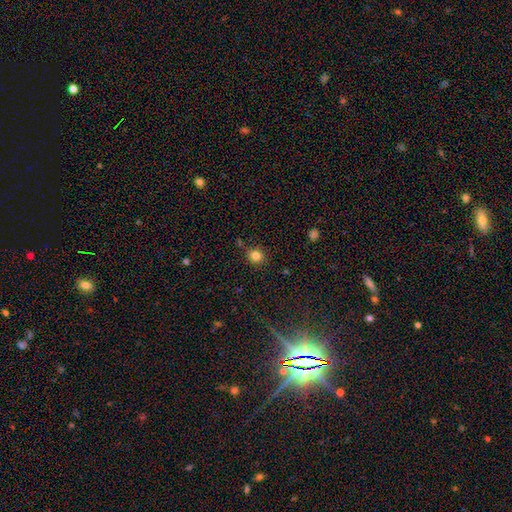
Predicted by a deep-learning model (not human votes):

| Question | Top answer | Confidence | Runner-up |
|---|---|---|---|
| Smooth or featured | smooth | 82% | star or artifact (13%) |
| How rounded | round | 81% | in between (18%) |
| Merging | none | 85% | minor disturbance (9%) |